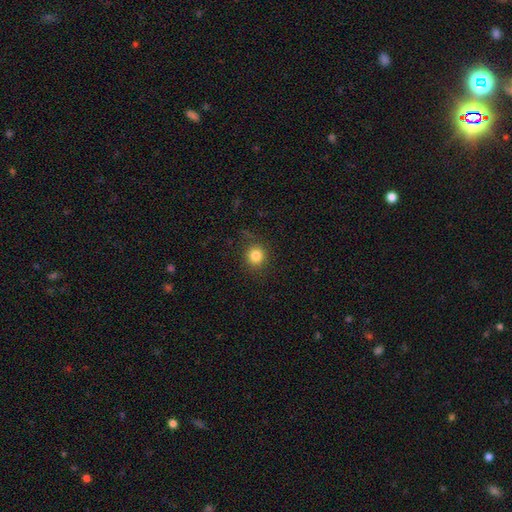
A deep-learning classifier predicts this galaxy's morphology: smooth 83%, star or artifact 12%, featured or disk 5%. Down the decision tree: how rounded — round (90%); merging — none (86%).